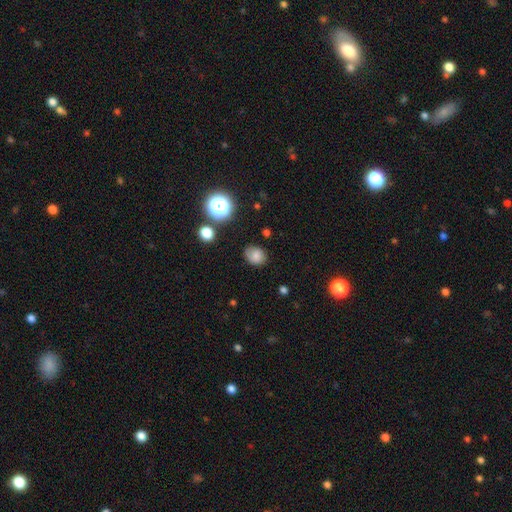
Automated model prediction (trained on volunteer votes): Q: Smooth or featured?
A: smooth (77%); runner-up: star or artifact (13%)
Q: How rounded?
A: in between (51%); runner-up: round (48%)
Q: Merging?
A: none (69%); runner-up: minor disturbance (22%)